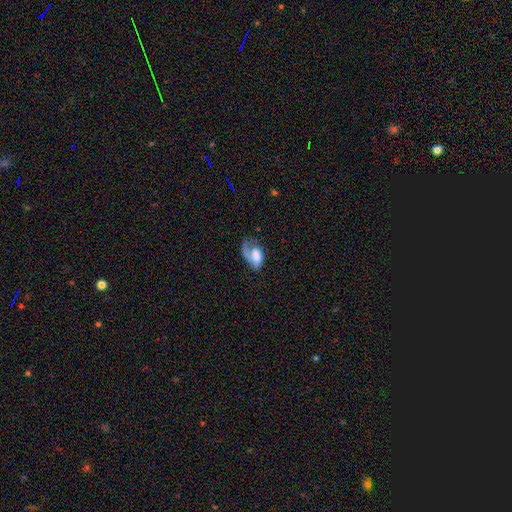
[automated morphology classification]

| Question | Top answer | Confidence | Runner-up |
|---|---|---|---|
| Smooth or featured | featured or disk | 48% | smooth (44%) |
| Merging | major disturbance | 45% | none (29%) |